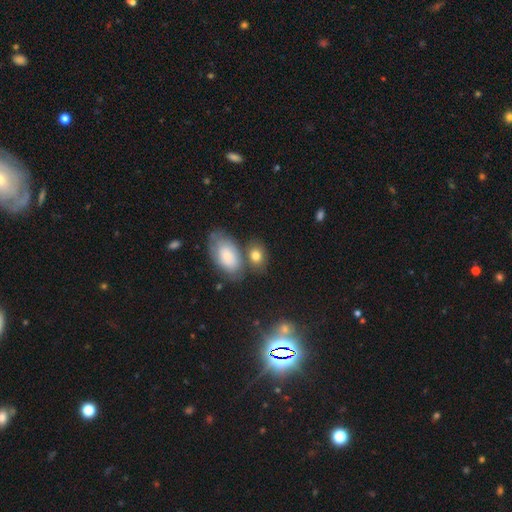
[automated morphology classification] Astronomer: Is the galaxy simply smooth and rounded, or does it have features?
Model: smooth — 75%.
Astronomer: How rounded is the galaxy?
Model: in between — 67%.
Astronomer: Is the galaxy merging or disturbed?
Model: none — 58%.